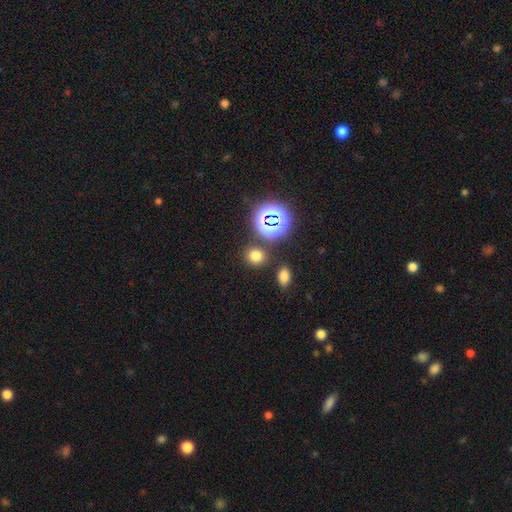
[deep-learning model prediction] Smooth or featured?
  - smooth: 71% *
  - star or artifact: 23%
  - featured or disk: 6%
How rounded?
  - round: 72% *
  - in between: 27%
  - cigar-shaped: 1%
Merging?
  - none: 82% *
  - minor disturbance: 8%
  - merger: 8%
  - major disturbance: 3%